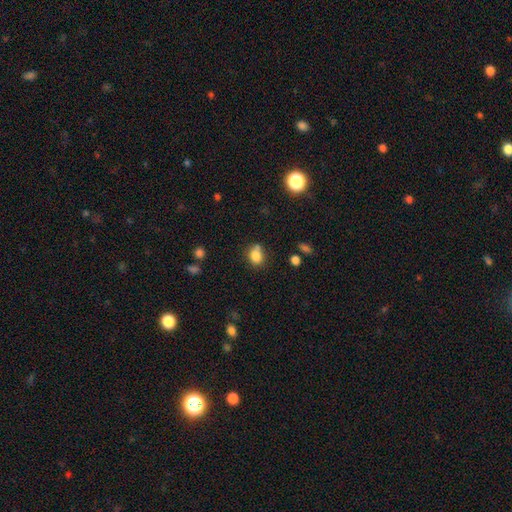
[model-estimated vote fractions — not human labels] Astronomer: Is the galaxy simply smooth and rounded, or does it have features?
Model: smooth — 82%.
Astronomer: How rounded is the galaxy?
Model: round — 50% (runner-up: in between, 49%).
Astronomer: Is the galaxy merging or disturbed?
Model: none — 62%.